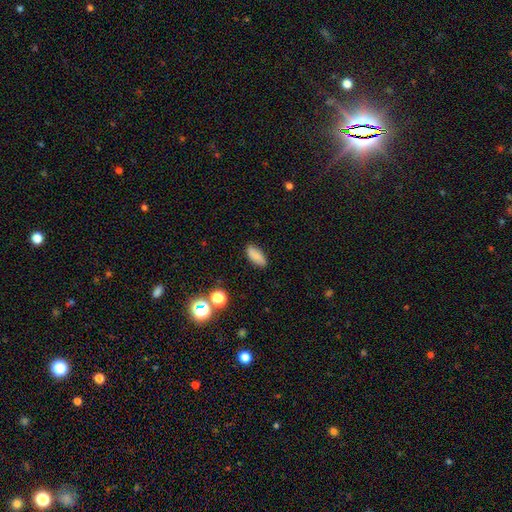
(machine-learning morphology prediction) smooth_or_featured: smooth (p=0.81) [alt: star or artifact p=0.09]
how_rounded: in between (p=0.82) [alt: cigar-shaped p=0.15]
merging: none (p=0.85) [alt: minor disturbance p=0.11]